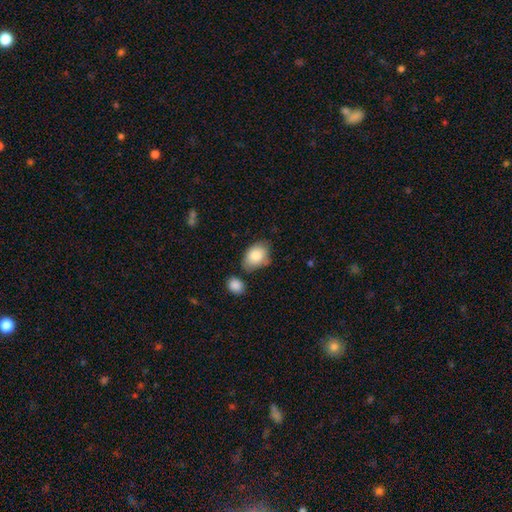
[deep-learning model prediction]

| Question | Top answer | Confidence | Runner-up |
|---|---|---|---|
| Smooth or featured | smooth | 84% | featured or disk (10%) |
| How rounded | in between | 80% | round (19%) |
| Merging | none | 61% | minor disturbance (24%) |